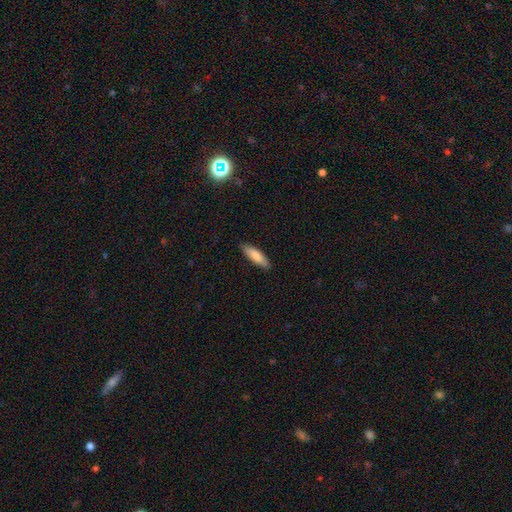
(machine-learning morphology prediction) Smooth or featured? smooth (83%)
How rounded? cigar-shaped (62%)
Merging? none (87%)